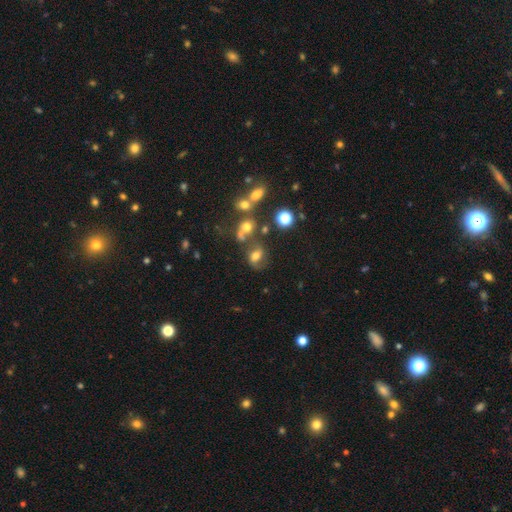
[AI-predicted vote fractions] This is possibly a smooth galaxy (55%). How rounded: possibly in between (56%). Merging: possibly none (51%).